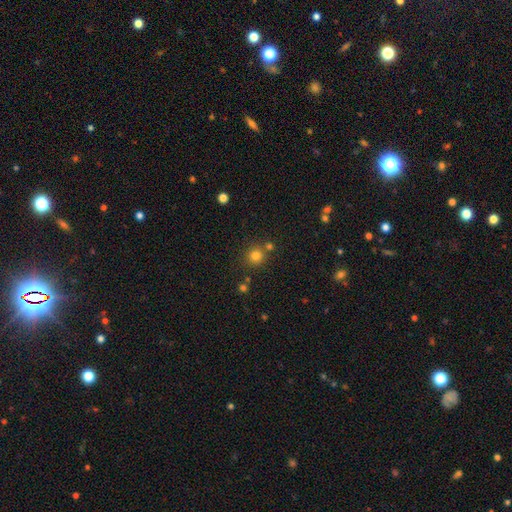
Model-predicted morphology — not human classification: smooth 78%, star or artifact 15%, featured or disk 6%. Down the decision tree: how rounded — round (92%); merging — none (76%).